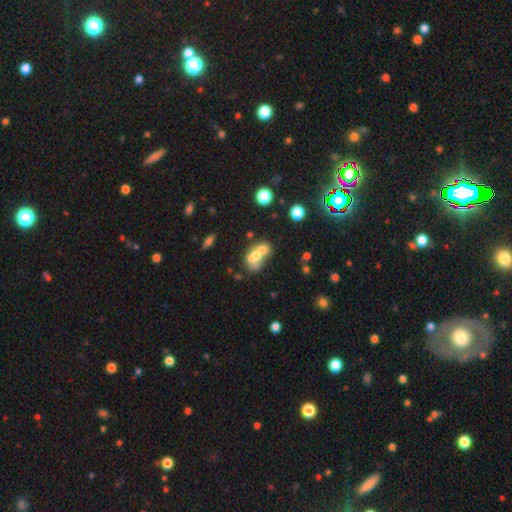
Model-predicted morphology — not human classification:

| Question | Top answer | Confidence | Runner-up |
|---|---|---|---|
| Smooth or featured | smooth | 61% | featured or disk (29%) |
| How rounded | in between | 62% | round (36%) |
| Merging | merger | 71% | none (17%) |